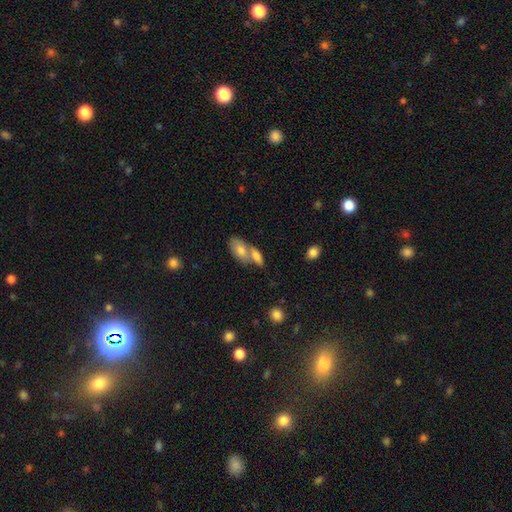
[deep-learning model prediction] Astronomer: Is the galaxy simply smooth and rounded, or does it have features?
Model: smooth — 74%.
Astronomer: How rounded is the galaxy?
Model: in between — 81%.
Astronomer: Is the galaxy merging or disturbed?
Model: merger — 59%.